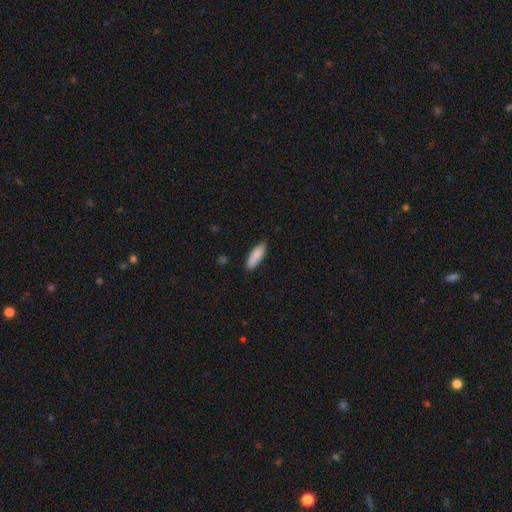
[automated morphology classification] smooth_or_featured: smooth (p=0.87) [alt: featured or disk p=0.07]
how_rounded: in between (p=0.57) [alt: cigar-shaped p=0.41]
merging: none (p=0.83) [alt: minor disturbance p=0.14]